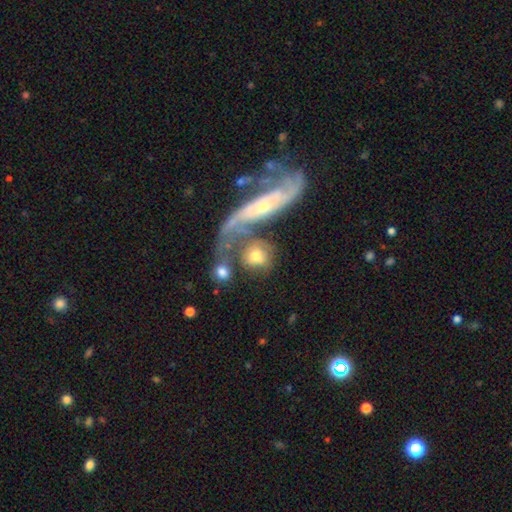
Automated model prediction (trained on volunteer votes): Overall: smooth (59%; featured or disk 33%). How rounded: round (68%). Merging: merger (40%; none 35%).